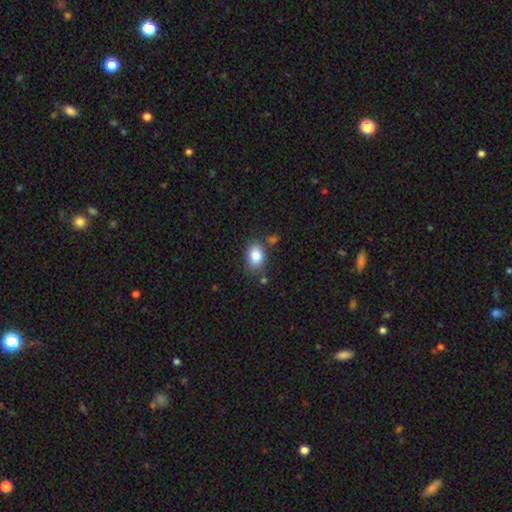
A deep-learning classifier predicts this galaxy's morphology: The model was most divided on "how rounded": in between: 72%, round: 27%, cigar-shaped: 1%. More confident: smooth or featured — smooth (83%); merging — none (73%).